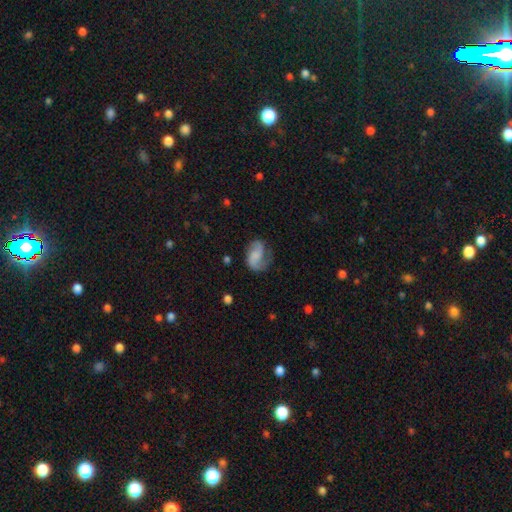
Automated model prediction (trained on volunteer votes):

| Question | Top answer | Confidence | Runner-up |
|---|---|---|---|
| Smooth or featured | featured or disk | 54% | smooth (38%) |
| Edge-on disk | no | 97% | yes (3%) |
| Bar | no | 60% | weak (31%) |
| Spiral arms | yes | 89% | no (11%) |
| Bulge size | none | 44% | small (27%) |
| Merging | none | 51% | minor disturbance (27%) |